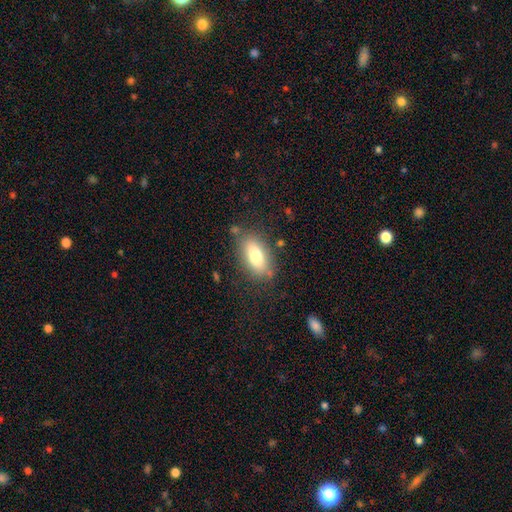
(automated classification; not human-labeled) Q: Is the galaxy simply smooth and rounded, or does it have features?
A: smooth — 76%.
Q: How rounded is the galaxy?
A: in between — 87%.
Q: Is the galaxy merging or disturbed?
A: none — 77%.